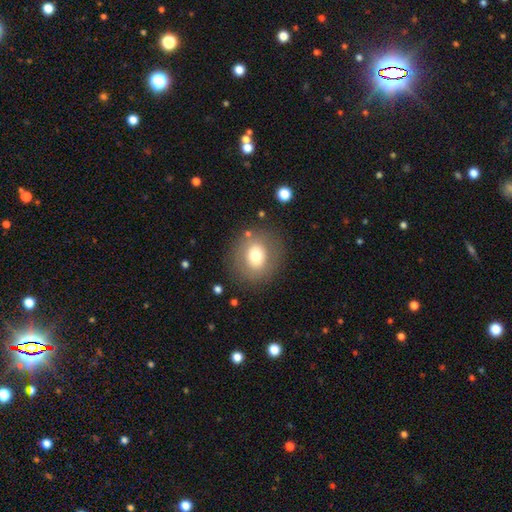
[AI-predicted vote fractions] Overall: smooth (69%). How rounded: round (78%). Merging: none (82%).